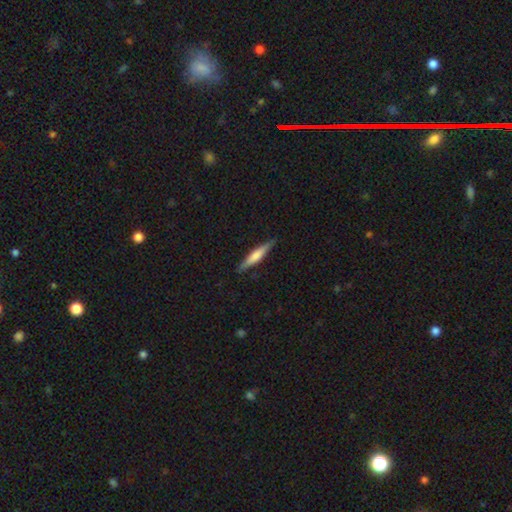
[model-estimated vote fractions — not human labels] The model was most divided on "smooth or featured": smooth: 51%, featured or disk: 43%, star or artifact: 6%. More confident: how rounded — cigar-shaped (90%); merging — none (88%).